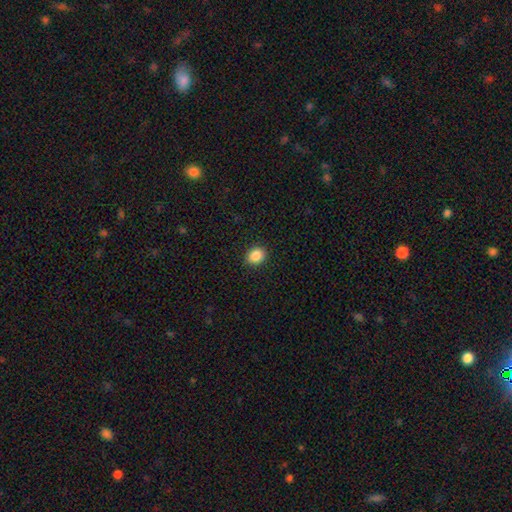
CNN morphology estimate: Smooth or featured? Predicted: smooth (p=0.87). How rounded? Predicted: round (p=0.70). Merging? Predicted: none (p=0.91).